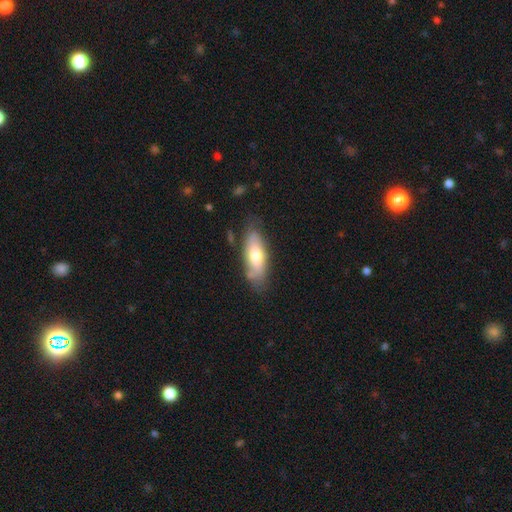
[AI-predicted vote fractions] Overall: smooth (66%; featured or disk 28%). How rounded: in between (74%). Merging: none (70%).